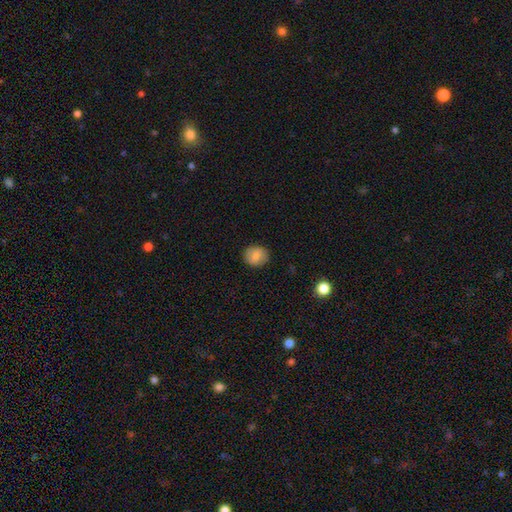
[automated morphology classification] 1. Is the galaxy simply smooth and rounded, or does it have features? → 81% smooth, 11% featured or disk, 8% star or artifact.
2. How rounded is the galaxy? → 73% round, 26% in between, 1% cigar-shaped.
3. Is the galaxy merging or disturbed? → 88% none, 8% minor disturbance, 2% major disturbance, 1% merger.